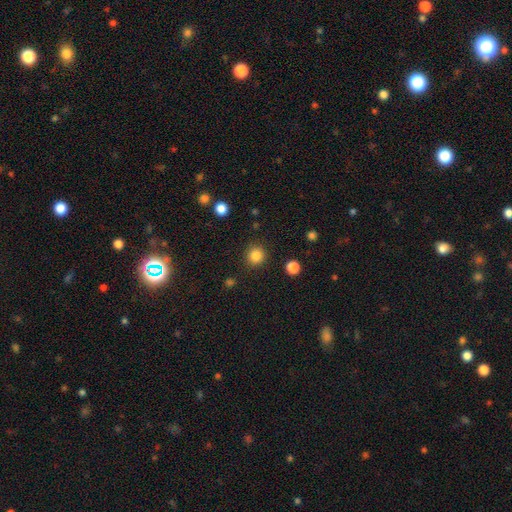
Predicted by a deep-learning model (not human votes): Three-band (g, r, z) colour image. It shows a smooth galaxy with no disk features (85%) that is round (92%). Merging: none (90%).